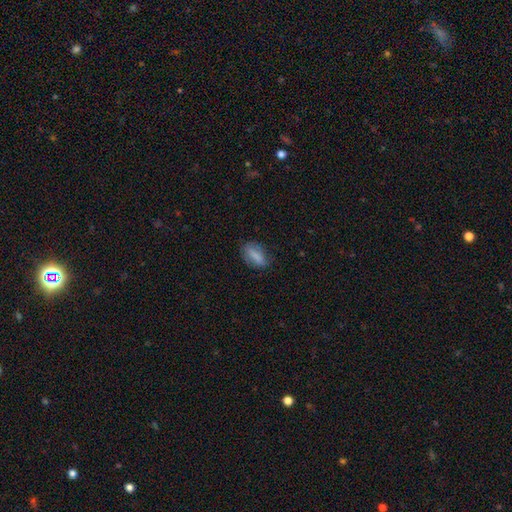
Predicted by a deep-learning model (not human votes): Overall: smooth (78%). How rounded: in between (79%). Merging: none (74%).